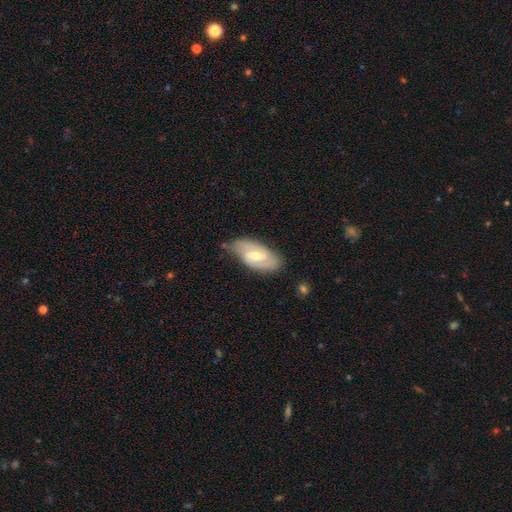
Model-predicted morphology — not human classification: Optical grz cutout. It shows a featured or disk galaxy (81%) with a weak bar (54%), 2 (87%) medium (49%) spiral arms (94%) and a moderate central bulge (57%). Merging: none (77%).